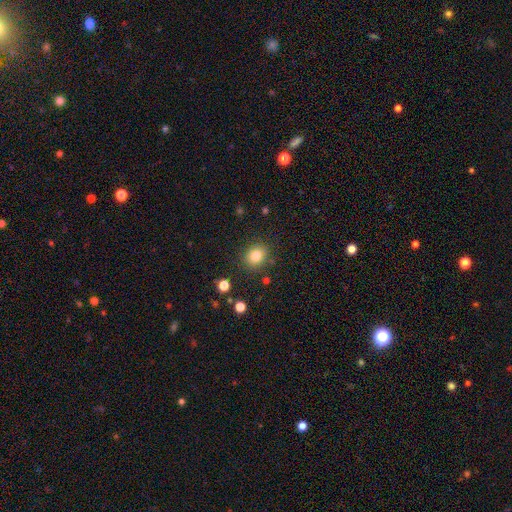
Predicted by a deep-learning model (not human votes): smooth_or_featured: smooth (p=0.82) [alt: star or artifact p=0.12]
how_rounded: round (p=0.69) [alt: in between p=0.30]
merging: none (p=0.85) [alt: minor disturbance p=0.09]